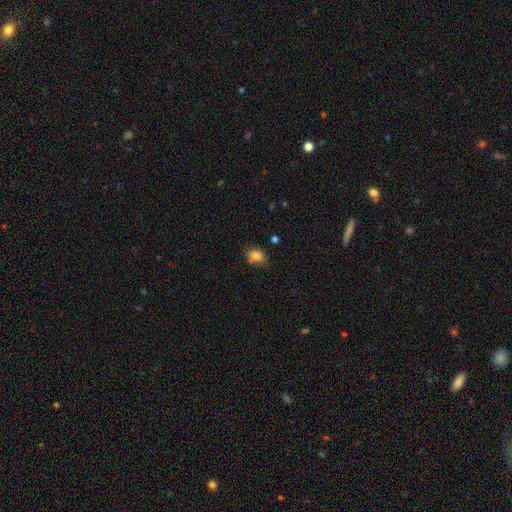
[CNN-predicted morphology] Smooth or featured? Predicted: smooth (p=0.79). How rounded? Predicted: in between (p=0.73). Merging? Predicted: none (p=0.62).